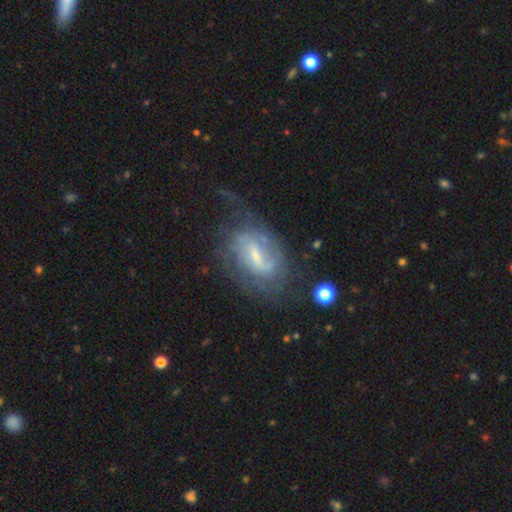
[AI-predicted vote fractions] Smooth or featured? featured or disk (80%)
Edge-on disk? no (96%)
Bar? weak (53%)
Spiral arms? yes (90%)
Spiral winding? medium (42%)
Spiral arm count? 2 (54%)
Bulge size? small (48%)
Merging? none (52%)